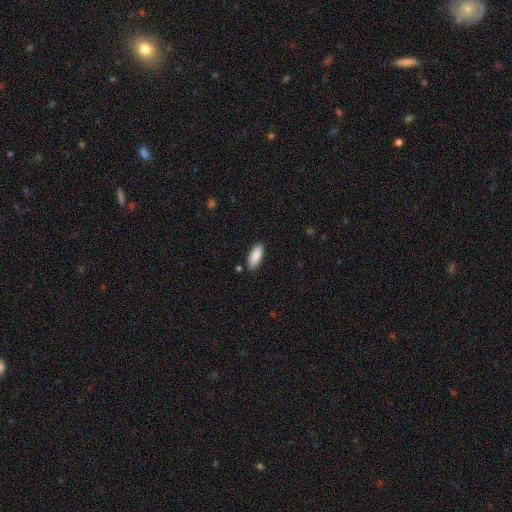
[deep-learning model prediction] smooth 90%, star or artifact 6%, featured or disk 4%. Down the decision tree: how rounded — in between (79%); merging — none (86%).